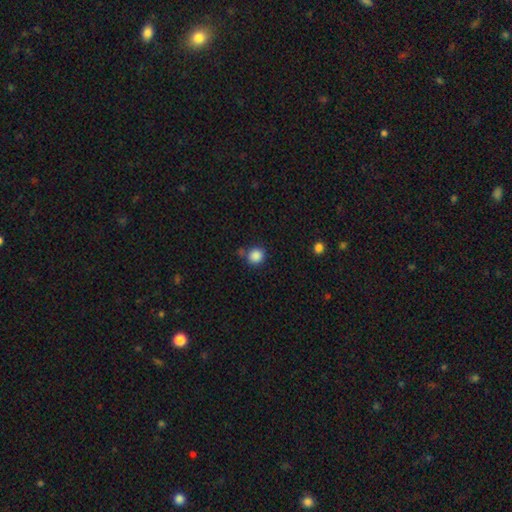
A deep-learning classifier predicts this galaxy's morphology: type=smooth (87%); roundness=round (86%); merging=none (74%).